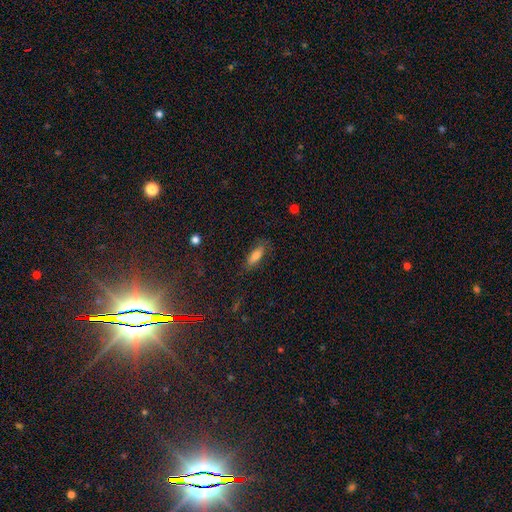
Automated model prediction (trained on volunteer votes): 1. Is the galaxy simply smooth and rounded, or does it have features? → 77% smooth, 14% featured or disk, 9% star or artifact.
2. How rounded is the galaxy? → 65% in between, 32% cigar-shaped, 3% round.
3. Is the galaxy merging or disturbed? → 79% none, 15% minor disturbance, 4% major disturbance, 1% merger.